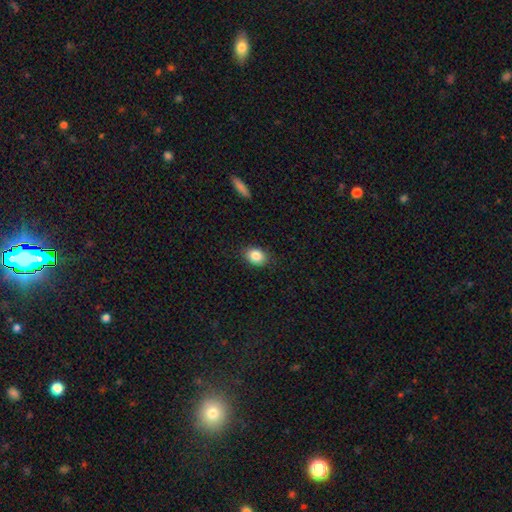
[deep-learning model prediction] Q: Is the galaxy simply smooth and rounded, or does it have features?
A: smooth — 85%.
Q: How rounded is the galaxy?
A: in between — 69%.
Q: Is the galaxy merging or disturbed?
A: none — 87%.